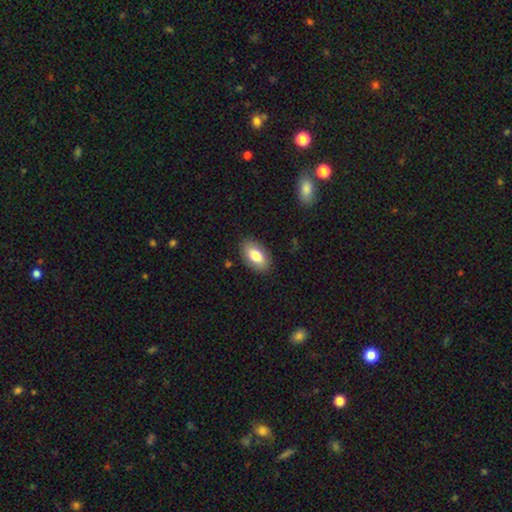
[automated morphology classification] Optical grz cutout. It shows a smooth galaxy with no disk features (77%) that is in between round and cigar-shaped (93%). Merging: none (86%).